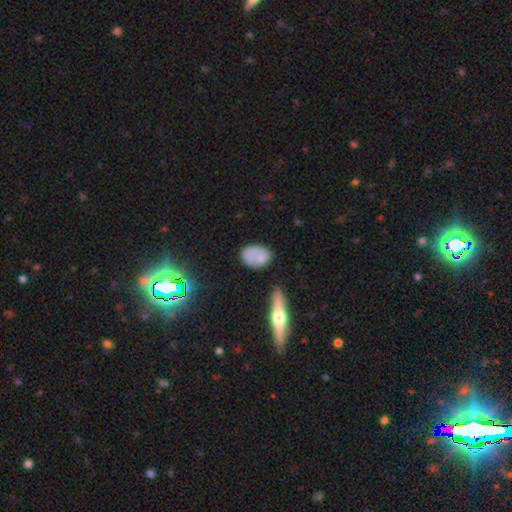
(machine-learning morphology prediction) This is likely a smooth galaxy (61%). How rounded: likely in between (78%). Merging: possibly none (49%).